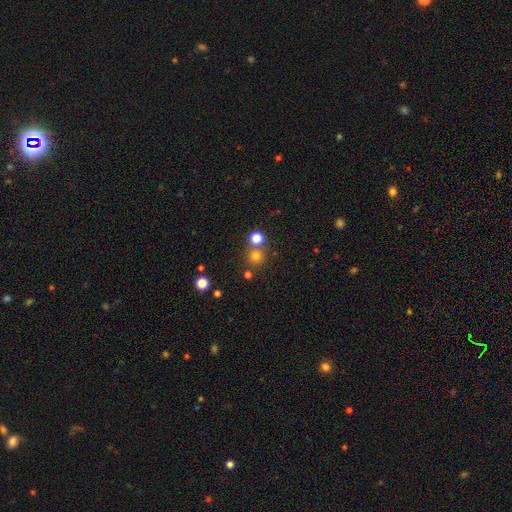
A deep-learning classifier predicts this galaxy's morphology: Q: Smooth or featured?
A: smooth (73%); runner-up: star or artifact (20%)
Q: How rounded?
A: round (93%); runner-up: in between (6%)
Q: Merging?
A: none (71%); runner-up: merger (20%)